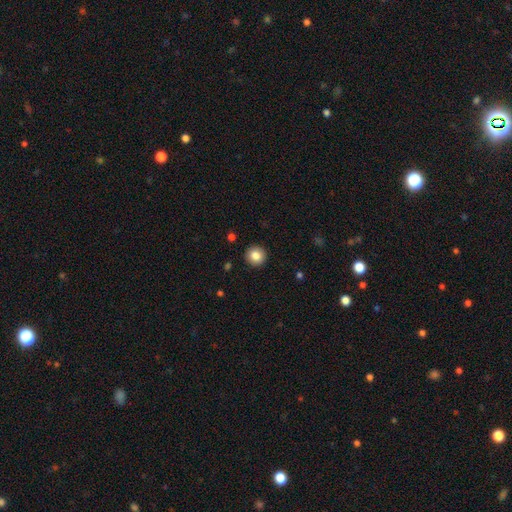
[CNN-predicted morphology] Smooth or featured? smooth (84%)
How rounded? round (95%)
Merging? none (93%)